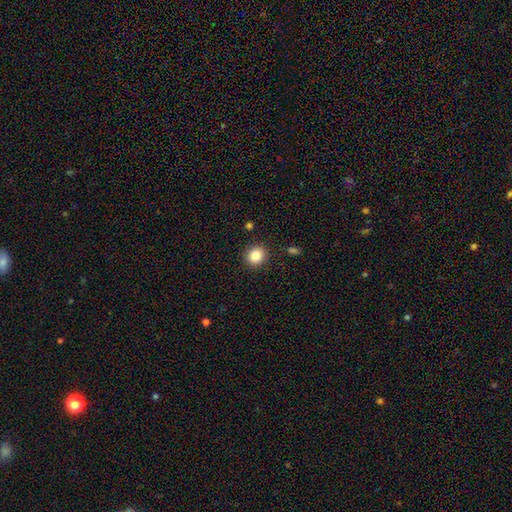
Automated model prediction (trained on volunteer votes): smooth-or-featured: smooth: 84% | star or artifact: 10% | featured or disk: 6%
  how-rounded: round: 83% | in between: 16% | cigar-shaped: 1%
  merging: none: 90% | minor disturbance: 6% | major disturbance: 2% | merger: 1%